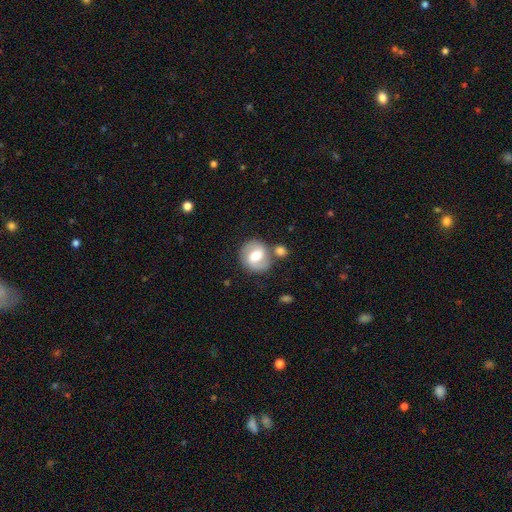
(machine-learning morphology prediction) Q: Smooth or featured?
A: featured or disk (56%); runner-up: smooth (37%)
Q: Edge-on disk?
A: no (97%); runner-up: yes (3%)
Q: Bar?
A: weak (50%); runner-up: strong (25%)
Q: Spiral arms?
A: yes (75%); runner-up: no (25%)
Q: Bulge size?
A: moderate (71%); runner-up: large (17%)
Q: Merging?
A: none (69%); runner-up: minor disturbance (13%)